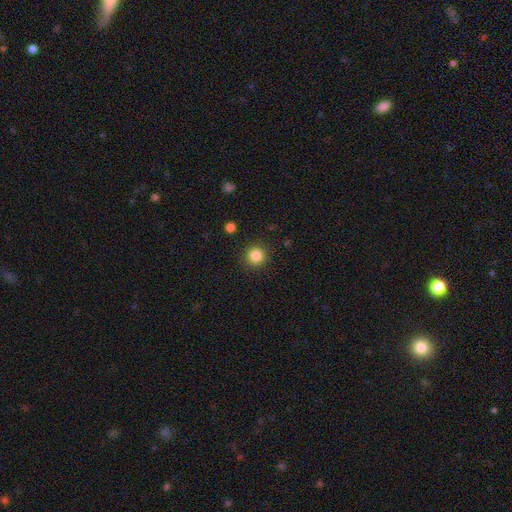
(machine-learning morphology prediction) This appears to be a smooth galaxy with no disk features (85%) that is round (94%). Merging: none (91%).